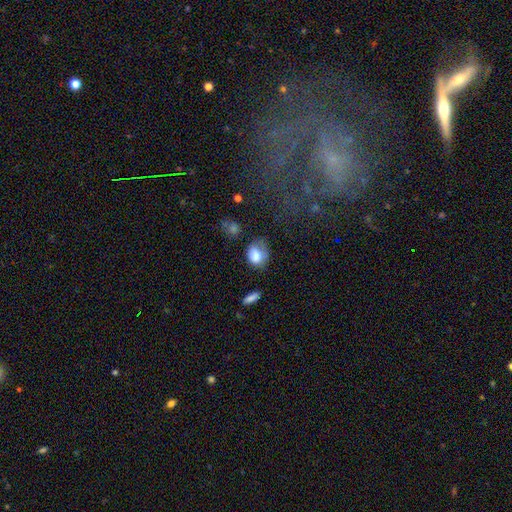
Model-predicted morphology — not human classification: This appears to be a smooth galaxy with no disk features (78%) that is in between round and cigar-shaped (68%). Merging: none (42%).